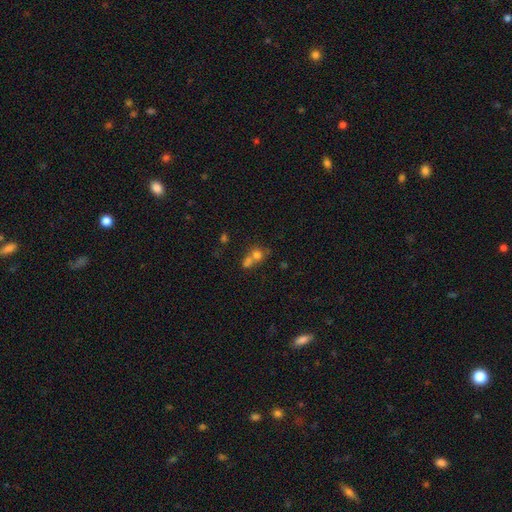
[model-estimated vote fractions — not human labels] This appears to be a smooth galaxy with no disk features (62%) that is round (75%). Merging: merger (56%).